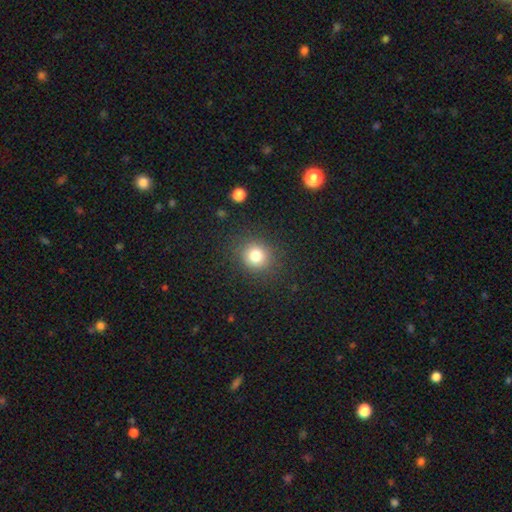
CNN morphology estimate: A smooth galaxy with no disk features (80%) that is round (87%). Merging: none (87%).